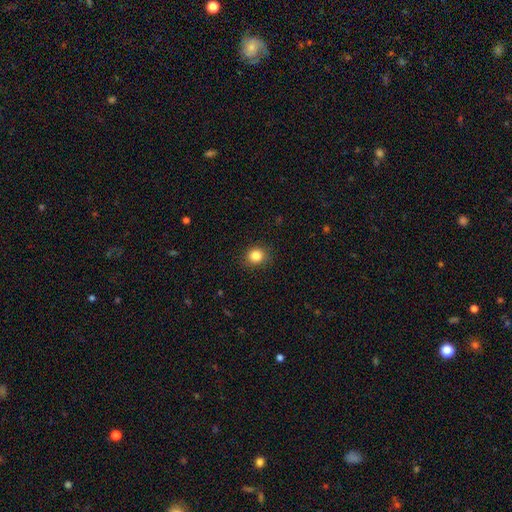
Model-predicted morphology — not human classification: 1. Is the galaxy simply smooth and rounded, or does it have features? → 84% smooth, 11% star or artifact, 5% featured or disk.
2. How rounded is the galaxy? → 79% round, 20% in between, 1% cigar-shaped.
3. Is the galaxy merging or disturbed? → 88% none, 9% minor disturbance, 3% major disturbance, 1% merger.